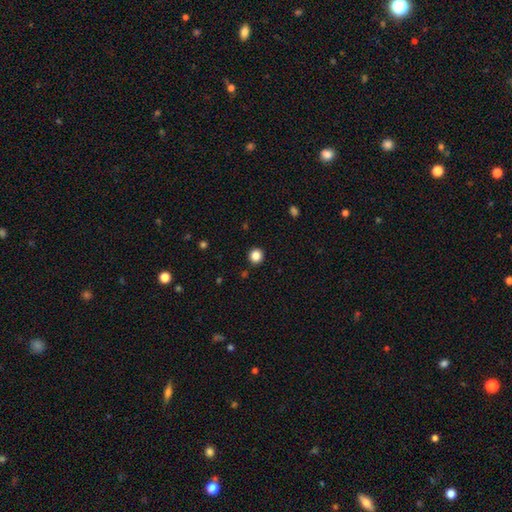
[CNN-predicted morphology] Smooth or featured? Predicted: smooth (p=0.86). How rounded? Predicted: round (p=0.92). Merging? Predicted: none (p=0.92).